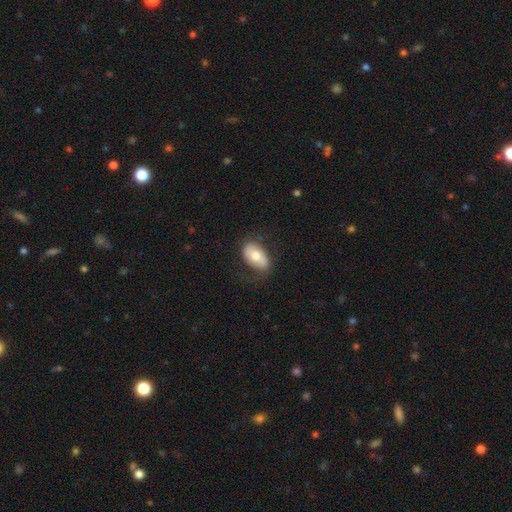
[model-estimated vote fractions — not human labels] A smooth galaxy with no disk features (58%) that is in between round and cigar-shaped (91%).

Vote fractions:
- Smooth or featured? smooth: 58% / featured or disk: 35% / star or artifact: 6%
- How rounded? in between: 91% / round: 7% / cigar-shaped: 2%
- Merging? none: 68% / minor disturbance: 20% / major disturbance: 11% / merger: 1%